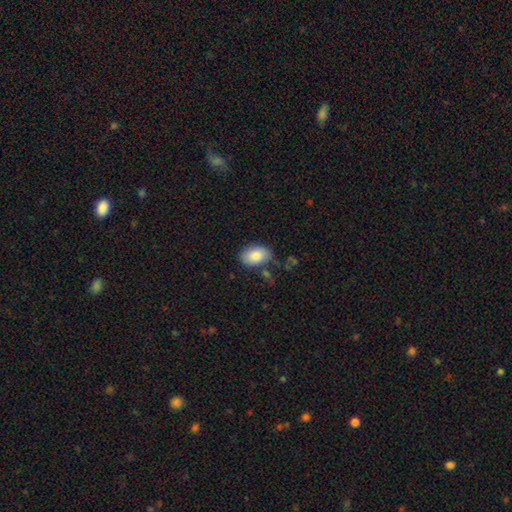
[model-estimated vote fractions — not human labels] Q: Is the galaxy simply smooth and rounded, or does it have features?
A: smooth — 85%.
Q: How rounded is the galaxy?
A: in between — 88%.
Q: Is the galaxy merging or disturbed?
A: none — 75%.